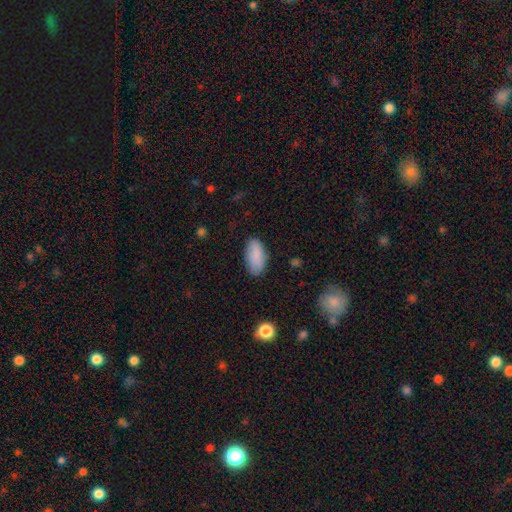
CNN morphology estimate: This appears to be a smooth galaxy with no disk features (87%) that is in between round and cigar-shaped (92%). Merging: none (81%).